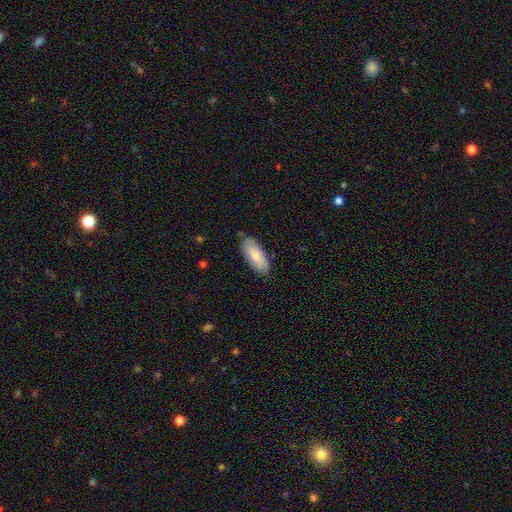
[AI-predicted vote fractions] A smooth galaxy with no disk features (71%) that is in between round and cigar-shaped (81%).

Vote fractions:
- Smooth or featured? smooth: 71% / featured or disk: 23% / star or artifact: 6%
- How rounded? in between: 81% / cigar-shaped: 17% / round: 2%
- Merging? none: 78% / minor disturbance: 18% / major disturbance: 3% / merger: 2%